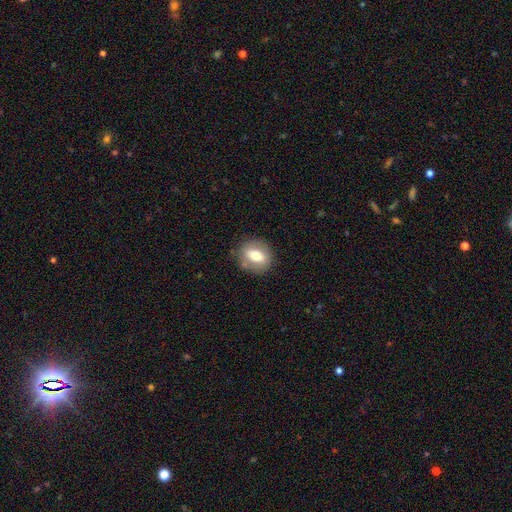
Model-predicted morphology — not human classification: This is likely a smooth galaxy (65%). How rounded: possibly round (52%). Merging: clearly none (82%).